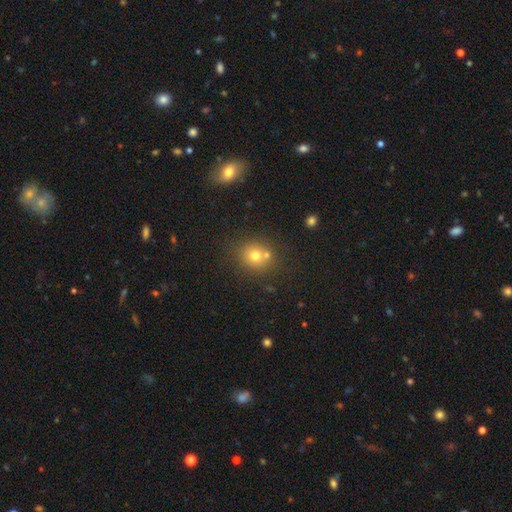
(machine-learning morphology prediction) A smooth galaxy with no disk features (71%) that is round (82%).

Vote fractions:
- Smooth or featured? smooth: 71% / star or artifact: 18% / featured or disk: 12%
- How rounded? round: 82% / in between: 17% / cigar-shaped: 1%
- Merging? none: 62% / merger: 26% / minor disturbance: 9% / major disturbance: 3%